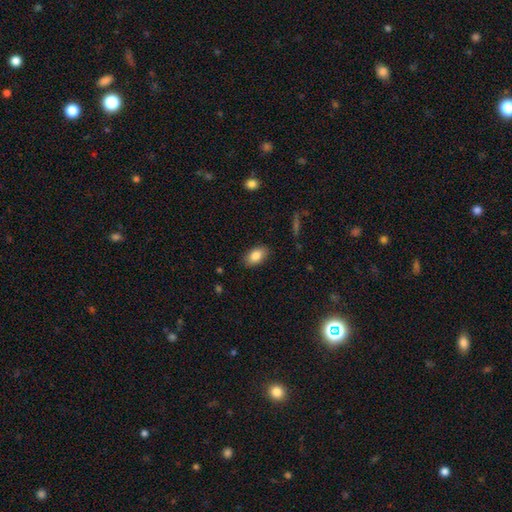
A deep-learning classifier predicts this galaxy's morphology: The model was most divided on "merging": none: 86%, minor disturbance: 10%, major disturbance: 3%, merger: 1%. More confident: how rounded — in between (91%); smooth or featured — smooth (85%).